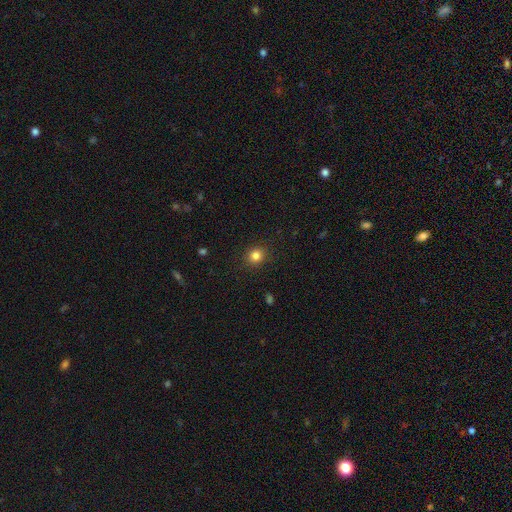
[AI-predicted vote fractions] The model was most divided on "smooth or featured": smooth: 84%, star or artifact: 12%, featured or disk: 4%. More confident: merging — none (90%); how rounded — round (87%).